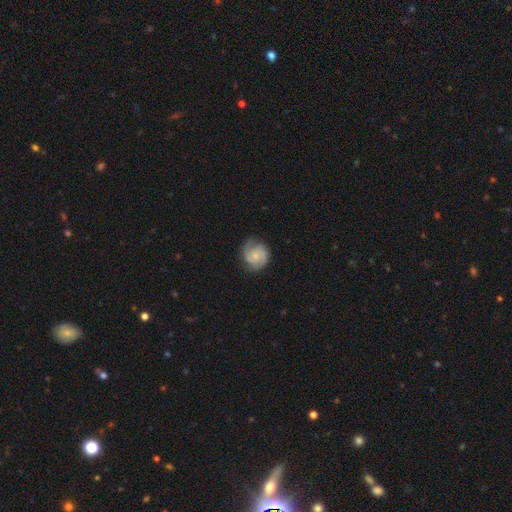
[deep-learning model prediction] featured or disk 68%, smooth 25%, star or artifact 6%. Down the decision tree: edge-on disk — no (98%); bar — no (70%); spiral arms — yes (94%); spiral arm count — 2 (67%); spiral winding — tight (47%); bulge size — small (65%); merging — none (76%).